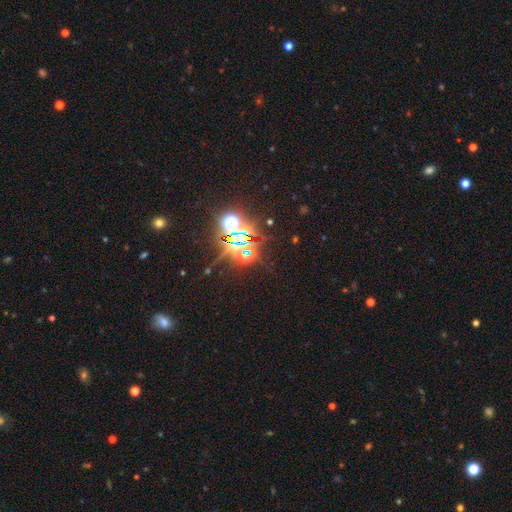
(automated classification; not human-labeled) A star or artifact, not a galaxy (81%).